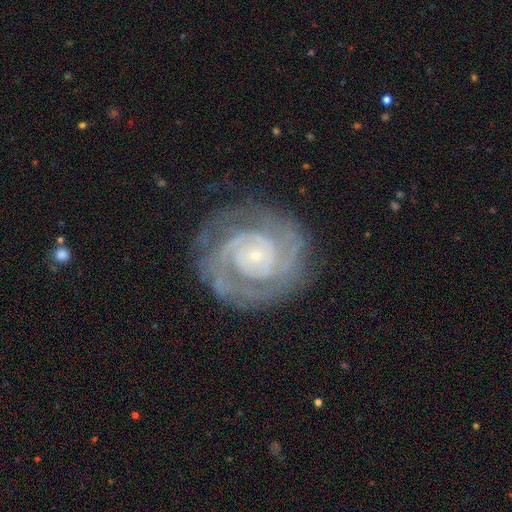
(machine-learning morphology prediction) This appears to be a featured or disk galaxy (88%) with no bar (74%), 2 (50%) tight (76%) spiral arms (97%) and a small central bulge (83%). Merging: none (79%).